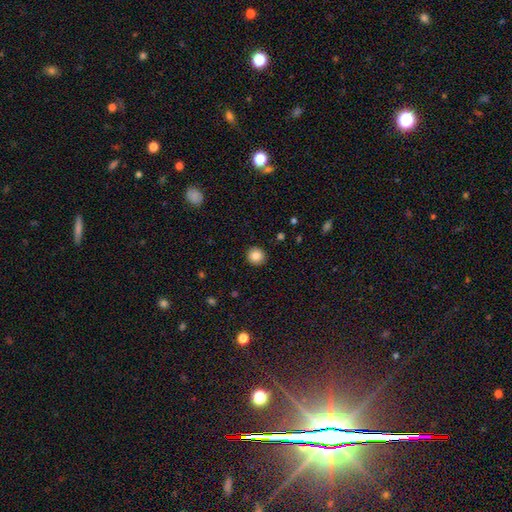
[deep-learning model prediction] smooth 85%, star or artifact 10%, featured or disk 5%. Down the decision tree: how rounded — round (91%); merging — none (92%).